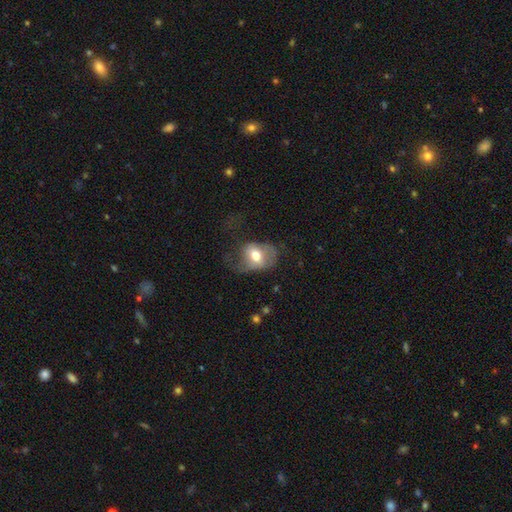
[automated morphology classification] smooth-or-featured: smooth: 62% | featured or disk: 30% | star or artifact: 8%
  how-rounded: in between: 66% | round: 32% | cigar-shaped: 1%
  merging: major disturbance: 43% | none: 29% | minor disturbance: 26% | merger: 2%